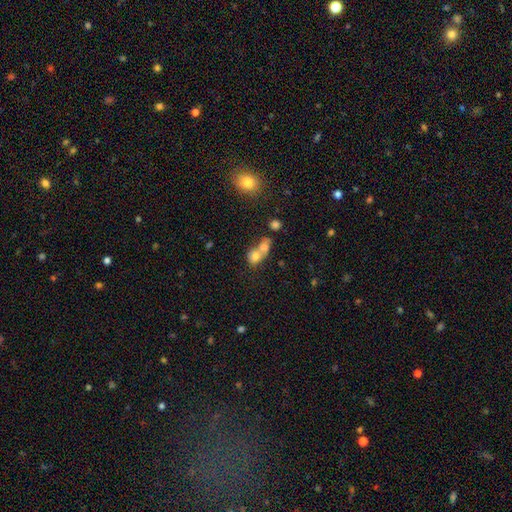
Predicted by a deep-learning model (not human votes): This is likely a smooth galaxy (72%). How rounded: possibly round (57%). Merging: likely merger (67%).